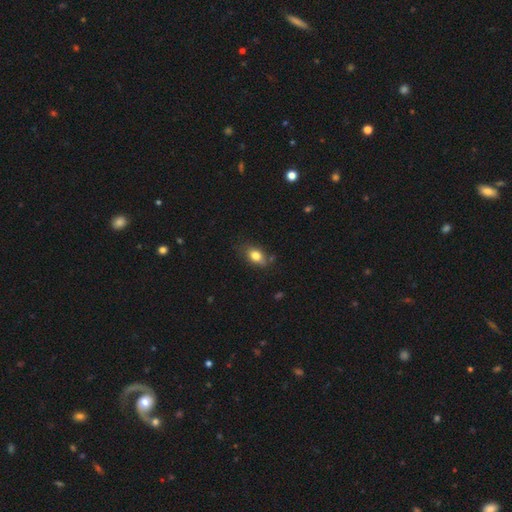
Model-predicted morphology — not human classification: type=smooth (79%); roundness=in between (80%); merging=none (69%).